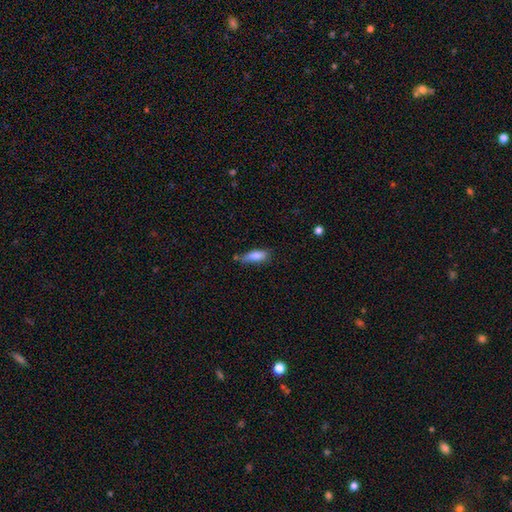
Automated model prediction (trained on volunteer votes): Smooth or featured? Predicted: smooth (p=0.82). How rounded? Predicted: in between (p=0.60). Merging? Predicted: none (p=0.52).